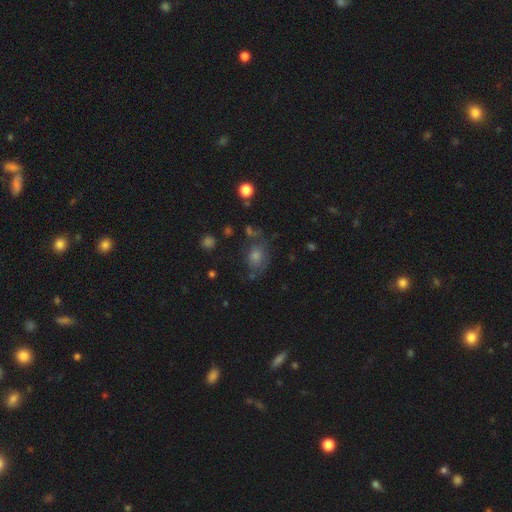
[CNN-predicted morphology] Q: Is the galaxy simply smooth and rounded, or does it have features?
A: smooth — 50%.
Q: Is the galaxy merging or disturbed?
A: none — 62%.